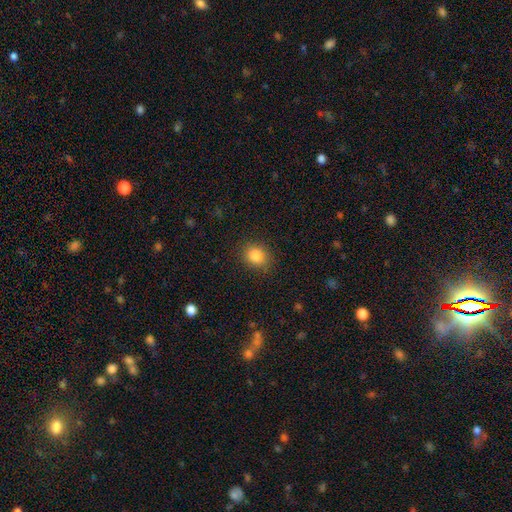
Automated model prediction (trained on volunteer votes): A smooth galaxy with no disk features (85%) that is round (65%). Merging: none (85%).